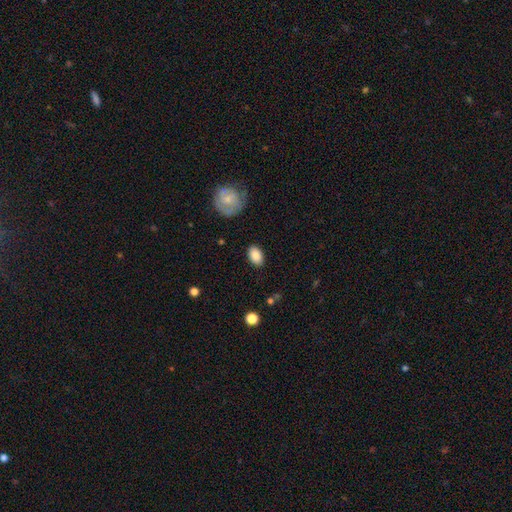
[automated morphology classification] Smooth or featured: smooth — 87% (star or artifact — 7%)
How rounded: in between — 87% (round — 11%)
Merging: none — 86% (minor disturbance — 10%)